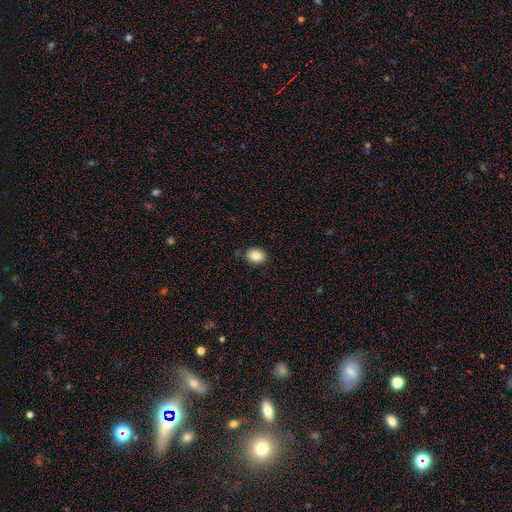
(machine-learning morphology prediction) Q: Smooth or featured?
A: smooth (84%); runner-up: star or artifact (9%)
Q: How rounded?
A: in between (62%); runner-up: round (37%)
Q: Merging?
A: none (82%); runner-up: minor disturbance (14%)